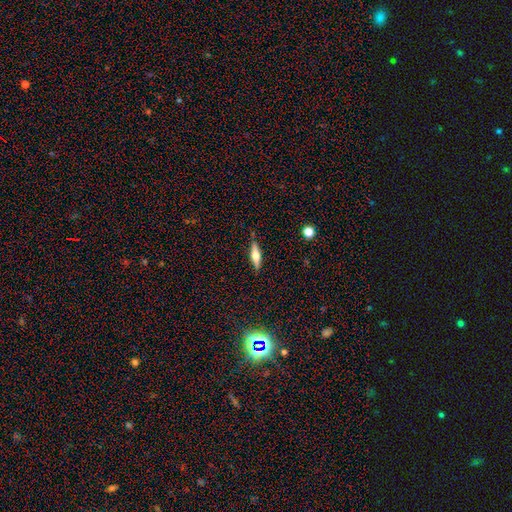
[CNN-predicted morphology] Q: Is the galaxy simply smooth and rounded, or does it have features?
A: featured or disk — 59%.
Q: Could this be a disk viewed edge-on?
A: yes — 96%.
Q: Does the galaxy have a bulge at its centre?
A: rounded — 92%.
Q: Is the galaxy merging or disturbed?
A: none — 87%.